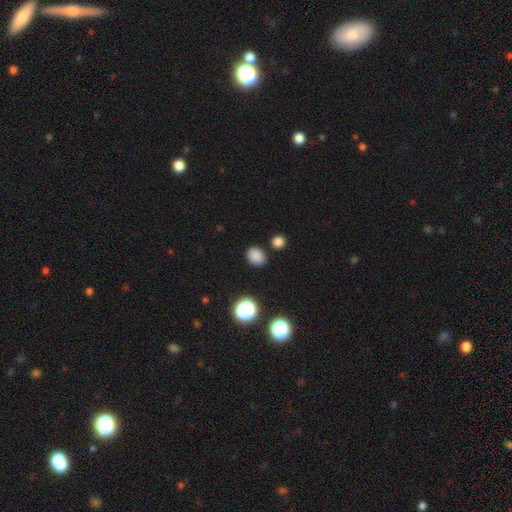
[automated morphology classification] Smooth or featured? Predicted: smooth (p=0.83). How rounded? Predicted: round (p=0.55). Merging? Predicted: none (p=0.85).